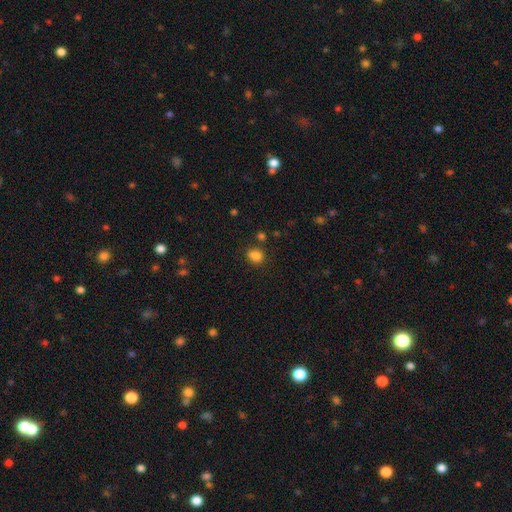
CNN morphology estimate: Smooth or featured?
  - smooth: 83% *
  - star or artifact: 12%
  - featured or disk: 4%
How rounded?
  - in between: 55% *
  - round: 44%
  - cigar-shaped: 1%
Merging?
  - none: 76% *
  - minor disturbance: 13%
  - merger: 6%
  - major disturbance: 4%